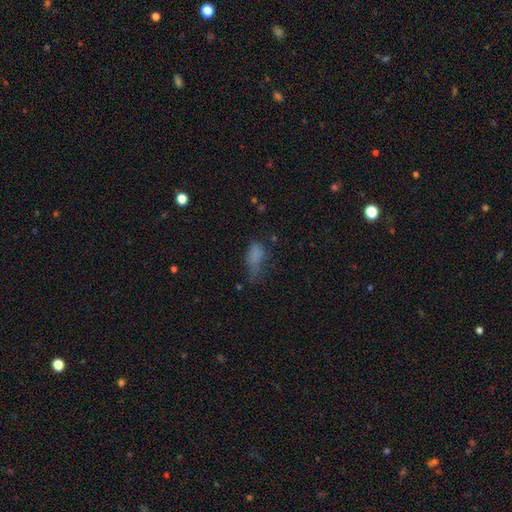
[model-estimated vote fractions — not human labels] The model was most divided on "merging": major disturbance: 34%, minor disturbance: 31%, none: 31%, merger: 5%. More confident: how rounded — in between (73%); smooth or featured — smooth (69%).